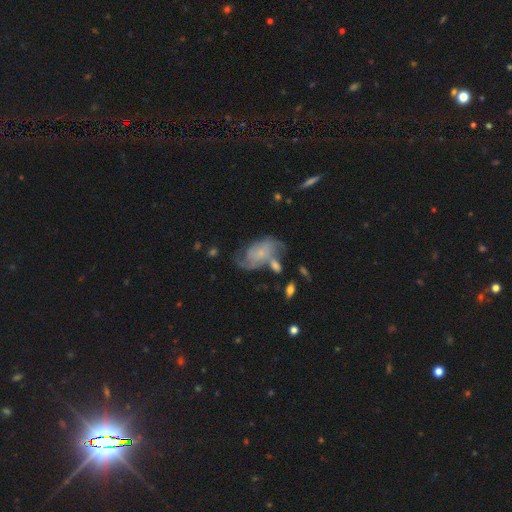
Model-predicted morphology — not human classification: Smooth or featured?
  - featured or disk: 73% *
  - smooth: 20%
  - star or artifact: 7%
Edge-on disk?
  - no: 97% *
  - yes: 3%
Bar?
  - no: 73% *
  - weak: 23%
  - strong: 4%
Spiral arms?
  - yes: 89% *
  - no: 11%
Spiral winding?
  - medium: 41% *
  - loose: 30%
  - tight: 30%
Spiral arm count?
  - 2: 50% *
  - can't tell: 24%
  - 3: 12%
  - 1: 6%
  - 4: 4%
  - more than 4: 4%
Bulge size?
  - small: 73% *
  - moderate: 13%
  - none: 11%
  - large: 2%
  - dominant: 1%
Merging?
  - none: 41% *
  - minor disturbance: 22%
  - major disturbance: 21%
  - merger: 16%